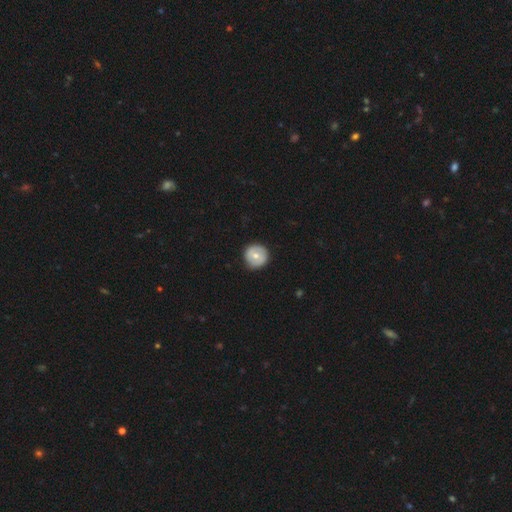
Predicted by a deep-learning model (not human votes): smooth 63%, featured or disk 30%, star or artifact 7%. Down the decision tree: how rounded — round (94%); merging — none (87%).